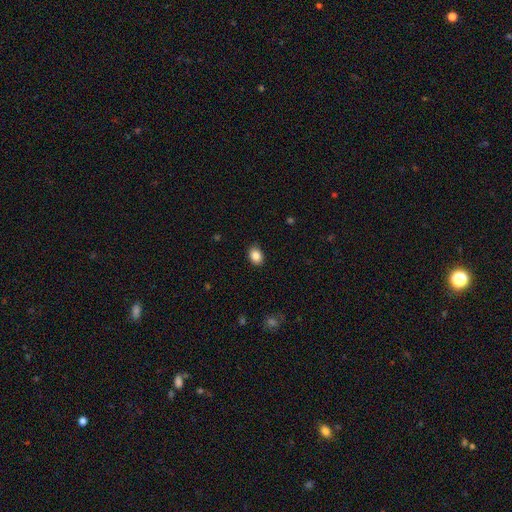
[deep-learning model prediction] Smooth or featured? smooth (87%)
How rounded? in between (71%)
Merging? none (87%)